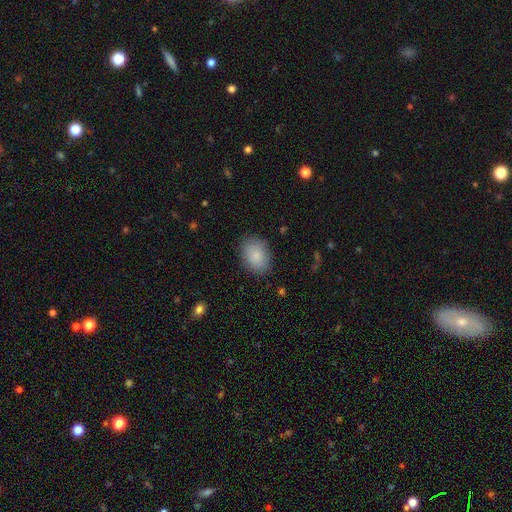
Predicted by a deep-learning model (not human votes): Q: Smooth or featured?
A: smooth (86%); runner-up: featured or disk (7%)
Q: How rounded?
A: in between (76%); runner-up: round (23%)
Q: Merging?
A: none (84%); runner-up: minor disturbance (12%)